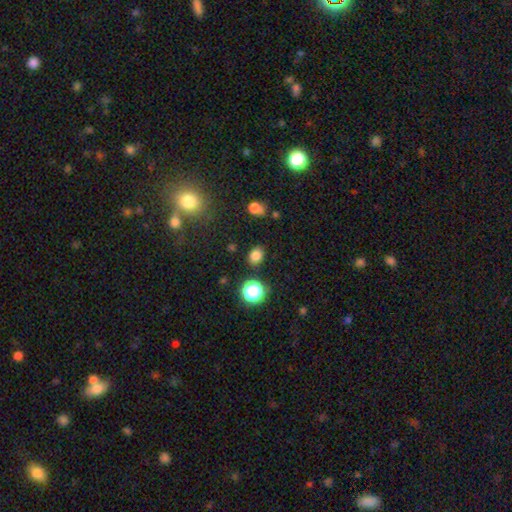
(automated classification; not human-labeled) Smooth or featured? smooth (79%)
How rounded? round (51%)
Merging? none (85%)